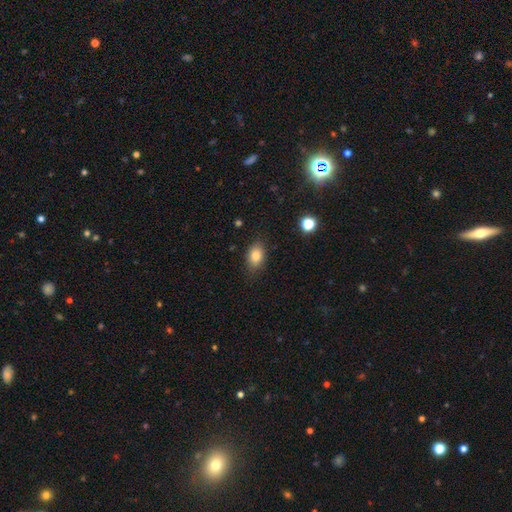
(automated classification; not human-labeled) Smooth or featured?
  - smooth: 84% *
  - star or artifact: 9%
  - featured or disk: 8%
How rounded?
  - in between: 83% *
  - round: 15%
  - cigar-shaped: 2%
Merging?
  - none: 81% *
  - minor disturbance: 15%
  - major disturbance: 3%
  - merger: 1%